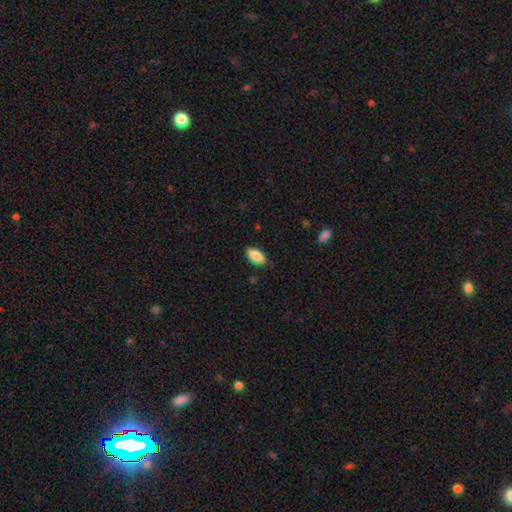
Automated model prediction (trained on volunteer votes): Smooth or featured?
  - smooth: 87% *
  - featured or disk: 7%
  - star or artifact: 7%
How rounded?
  - in between: 92% *
  - cigar-shaped: 6%
  - round: 2%
Merging?
  - none: 83% *
  - minor disturbance: 13%
  - major disturbance: 2%
  - merger: 1%